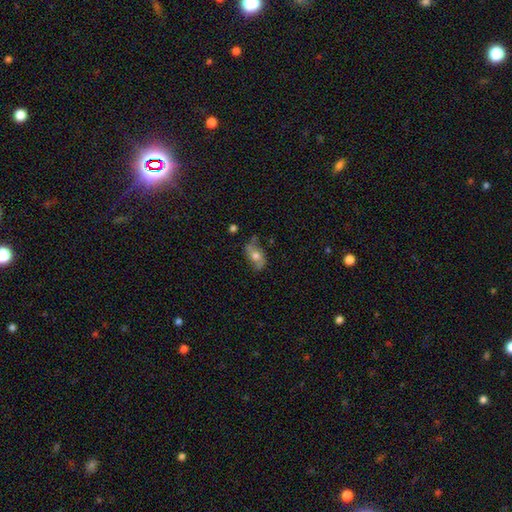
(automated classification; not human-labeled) smooth 48%, featured or disk 43%, star or artifact 9%. Down the decision tree: merging — none (65%).